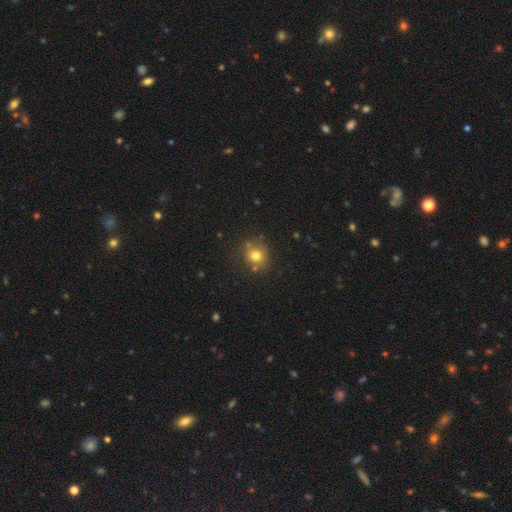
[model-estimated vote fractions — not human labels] smooth_or_featured: smooth (p=0.76) [alt: star or artifact p=0.14]
how_rounded: round (p=0.81) [alt: in between p=0.18]
merging: none (p=0.75) [alt: minor disturbance p=0.14]